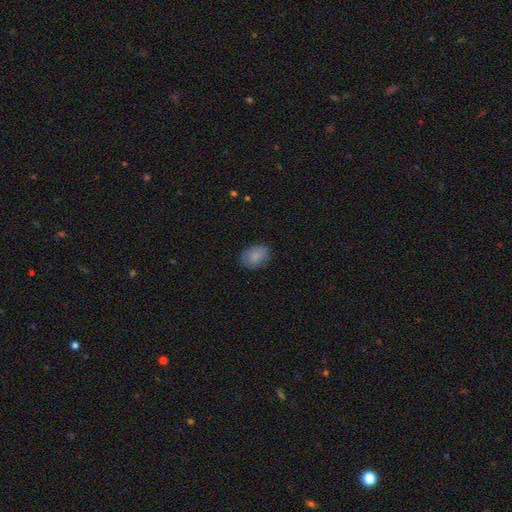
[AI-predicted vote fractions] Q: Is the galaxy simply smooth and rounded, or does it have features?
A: smooth — 86%.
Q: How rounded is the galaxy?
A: in between — 70%.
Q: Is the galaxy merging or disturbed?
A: none — 81%.